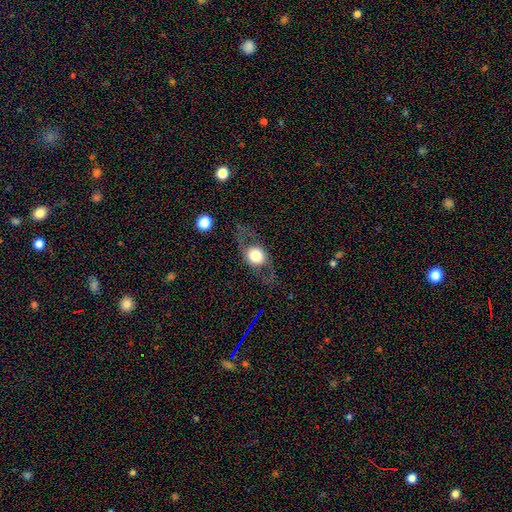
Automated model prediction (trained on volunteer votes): Overall: featured or disk (50%; smooth 42%). Edge-on disk: no (76%). Merging: none (71%).